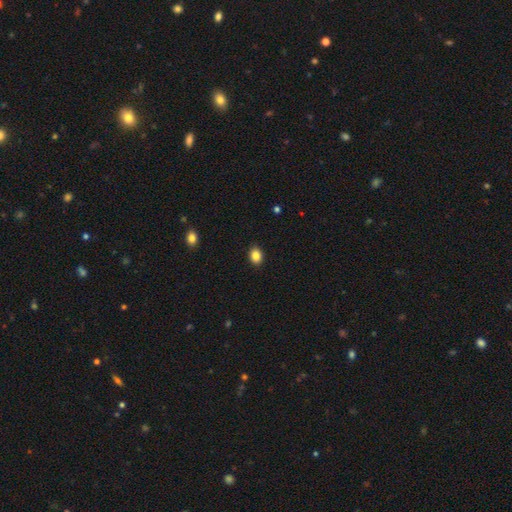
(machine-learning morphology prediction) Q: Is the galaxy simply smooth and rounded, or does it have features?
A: smooth — 86%.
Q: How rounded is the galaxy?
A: in between — 56%.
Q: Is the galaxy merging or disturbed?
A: none — 90%.